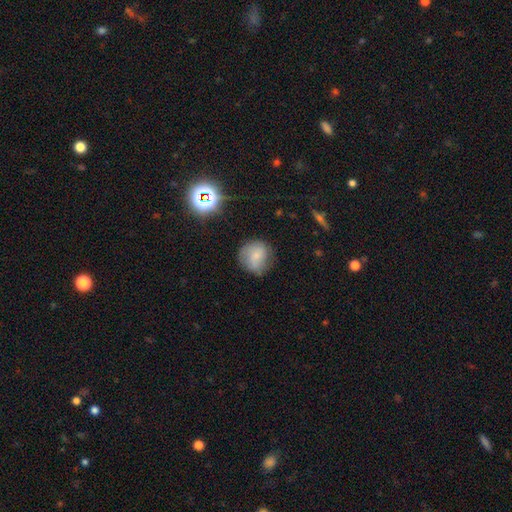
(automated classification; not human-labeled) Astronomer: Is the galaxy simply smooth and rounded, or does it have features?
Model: smooth — 68%.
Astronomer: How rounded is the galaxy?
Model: round — 85%.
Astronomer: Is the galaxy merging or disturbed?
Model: none — 67%.